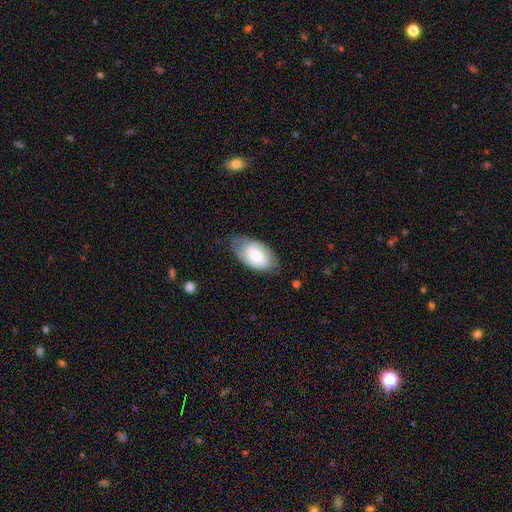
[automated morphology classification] Smooth or featured? smooth (53%)
How rounded? in between (94%)
Merging? none (64%)